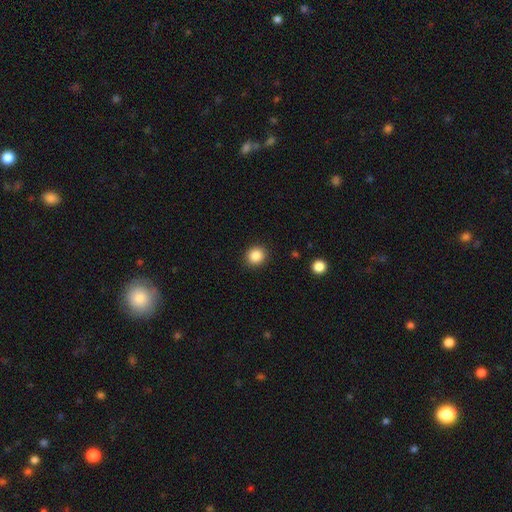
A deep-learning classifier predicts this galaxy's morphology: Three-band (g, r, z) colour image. It shows a smooth galaxy with no disk features (87%) that is round (87%). Merging: none (91%).